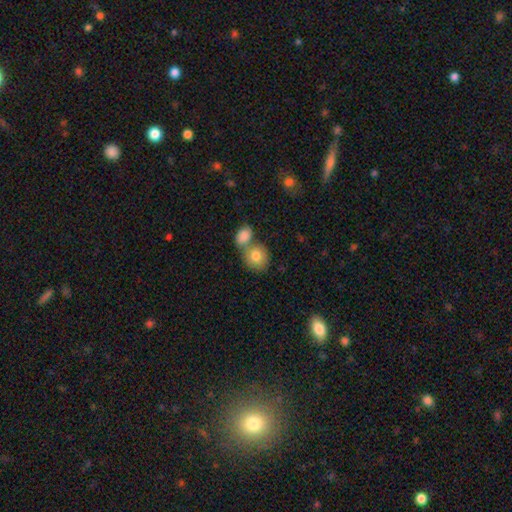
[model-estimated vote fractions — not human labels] This appears to be a smooth galaxy with no disk features (81%) that is round (67%). Merging: merger (49%).